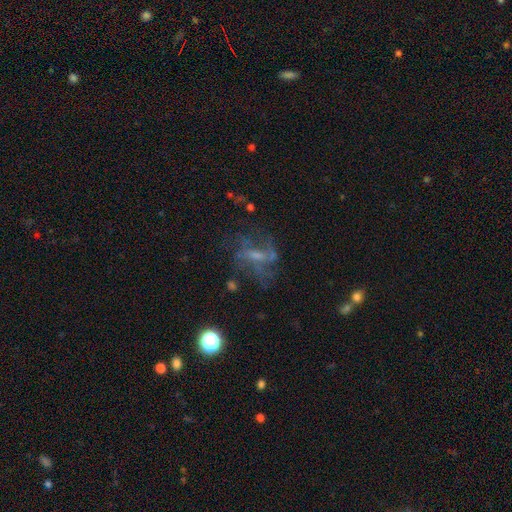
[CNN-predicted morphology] featured or disk 63%, smooth 19%, star or artifact 18%. Down the decision tree: edge-on disk — no (94%); bar — no (44%); spiral arms — yes (59%); bulge size — small (40%); merging — none (52%).